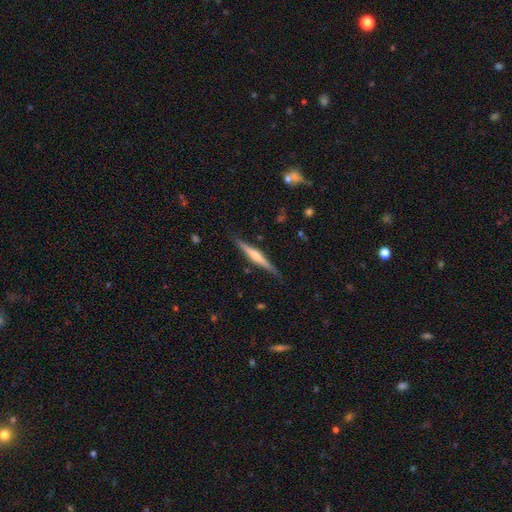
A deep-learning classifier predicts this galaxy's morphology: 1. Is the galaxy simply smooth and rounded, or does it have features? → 64% featured or disk, 30% smooth, 6% star or artifact.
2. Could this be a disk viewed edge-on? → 98% yes, 2% no.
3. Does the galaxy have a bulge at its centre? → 63% rounded, 22% none, 16% boxy.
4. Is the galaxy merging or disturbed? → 87% none, 10% minor disturbance, 2% major disturbance, 1% merger.